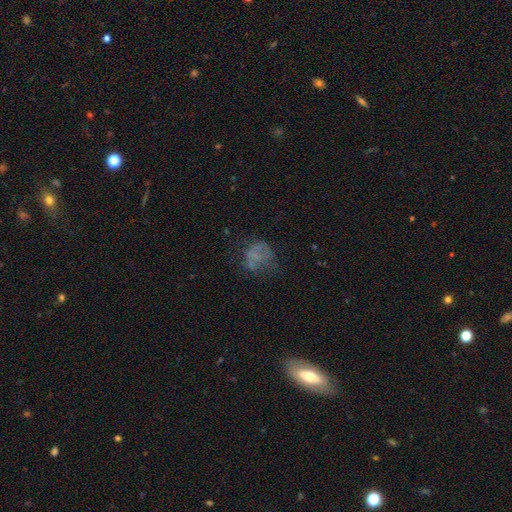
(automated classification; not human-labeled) smooth 43%, featured or disk 37%, star or artifact 20%. Down the decision tree: merging — none (45%).